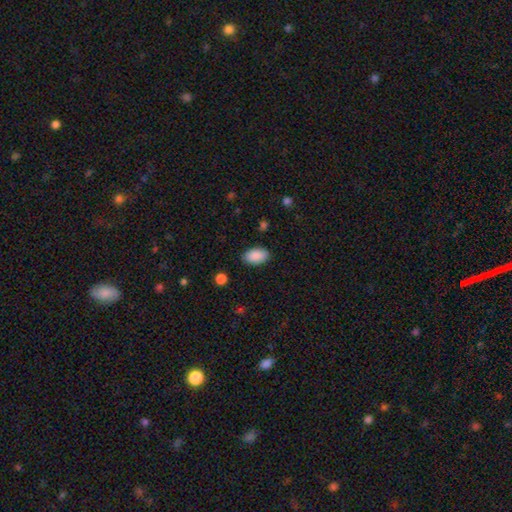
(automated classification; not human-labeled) smooth-or-featured: smooth: 90% | star or artifact: 7% | featured or disk: 3%
  how-rounded: in between: 94% | round: 5% | cigar-shaped: 1%
  merging: none: 87% | minor disturbance: 9% | major disturbance: 2% | merger: 1%